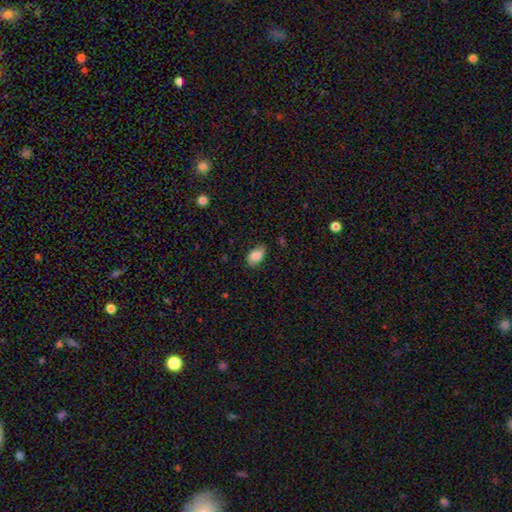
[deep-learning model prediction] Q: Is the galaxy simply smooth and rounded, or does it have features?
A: smooth — 81%.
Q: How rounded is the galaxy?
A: in between — 89%.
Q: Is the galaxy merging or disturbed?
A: none — 76%.